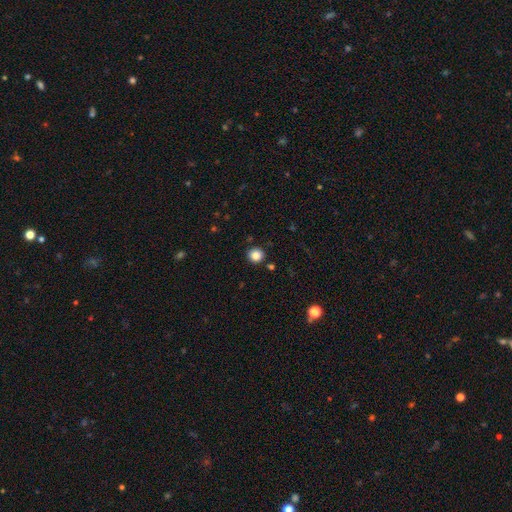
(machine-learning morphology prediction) A smooth galaxy with no disk features (84%) that is round (91%).

Vote fractions:
- Smooth or featured? smooth: 84% / star or artifact: 11% / featured or disk: 6%
- How rounded? round: 91% / in between: 8% / cigar-shaped: 1%
- Merging? none: 90% / minor disturbance: 6% / merger: 2% / major disturbance: 2%